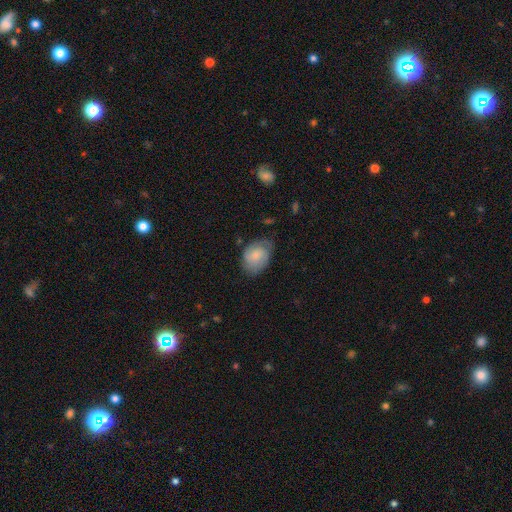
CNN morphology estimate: Smooth or featured?
  - smooth: 56% *
  - featured or disk: 37%
  - star or artifact: 7%
How rounded?
  - in between: 76% *
  - round: 23%
  - cigar-shaped: 1%
Merging?
  - none: 60% *
  - minor disturbance: 29%
  - major disturbance: 9%
  - merger: 2%